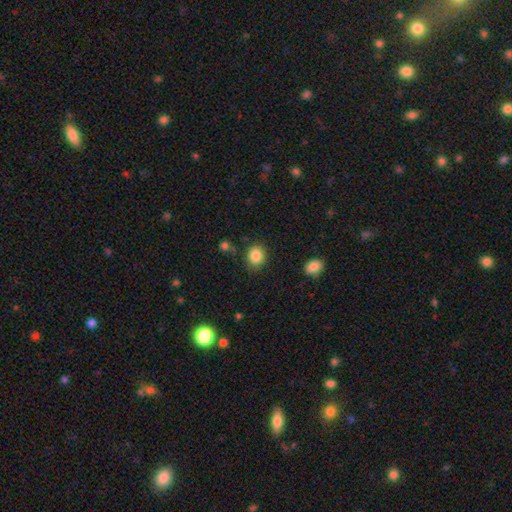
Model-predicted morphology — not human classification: smooth-or-featured: smooth: 86% | star or artifact: 9% | featured or disk: 5%
  how-rounded: round: 63% | in between: 37% | cigar-shaped: 1%
  merging: none: 83% | minor disturbance: 11% | major disturbance: 3% | merger: 3%